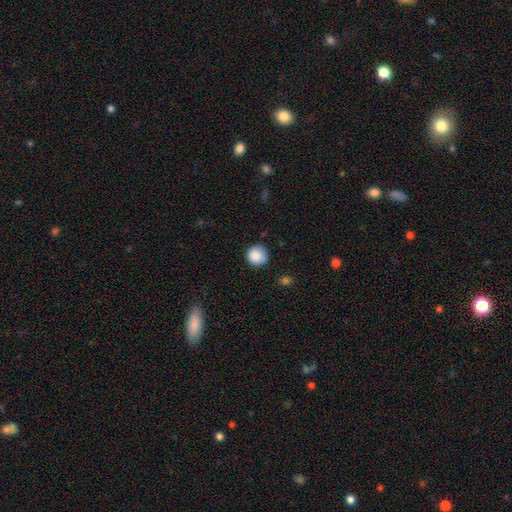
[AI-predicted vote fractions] smooth-or-featured: smooth: 88% | star or artifact: 8% | featured or disk: 4%
  how-rounded: round: 94% | in between: 5% | cigar-shaped: 1%
  merging: none: 83% | minor disturbance: 13% | major disturbance: 3% | merger: 1%